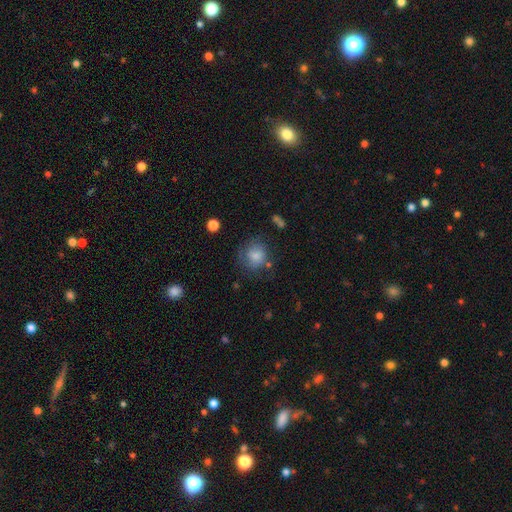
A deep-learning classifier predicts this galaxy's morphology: smooth 74%, featured or disk 17%, star or artifact 10%. Down the decision tree: how rounded — round (78%); merging — none (58%).